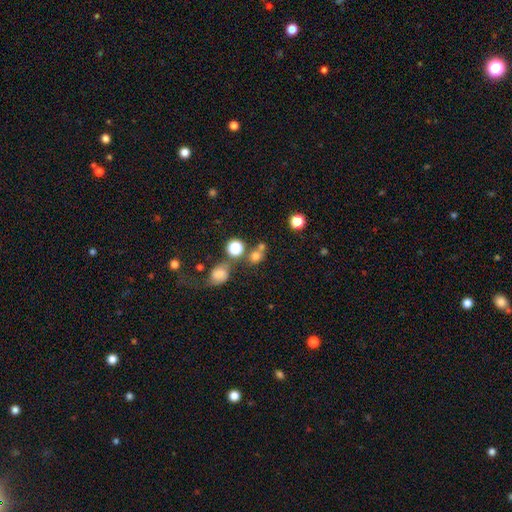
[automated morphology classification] smooth_or_featured: smooth (p=0.72) [alt: star or artifact p=0.18]
how_rounded: round (p=0.77) [alt: in between p=0.22]
merging: none (p=0.54) [alt: merger p=0.29]